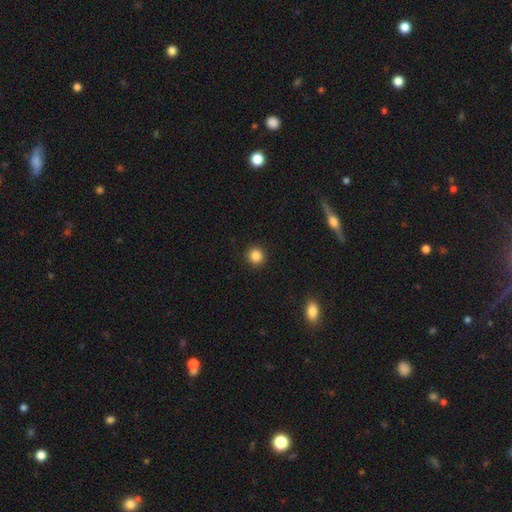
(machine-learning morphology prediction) Smooth or featured? smooth (85%)
How rounded? round (94%)
Merging? none (93%)